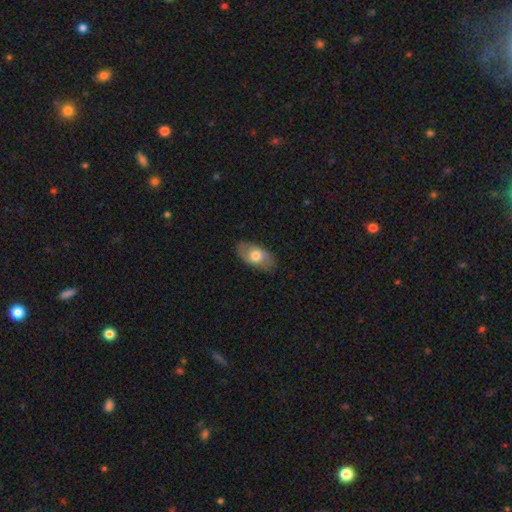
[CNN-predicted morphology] Smooth or featured?
  - smooth: 69% *
  - featured or disk: 25%
  - star or artifact: 6%
How rounded?
  - in between: 92% *
  - round: 5%
  - cigar-shaped: 3%
Merging?
  - none: 83% *
  - minor disturbance: 13%
  - major disturbance: 3%
  - merger: 1%